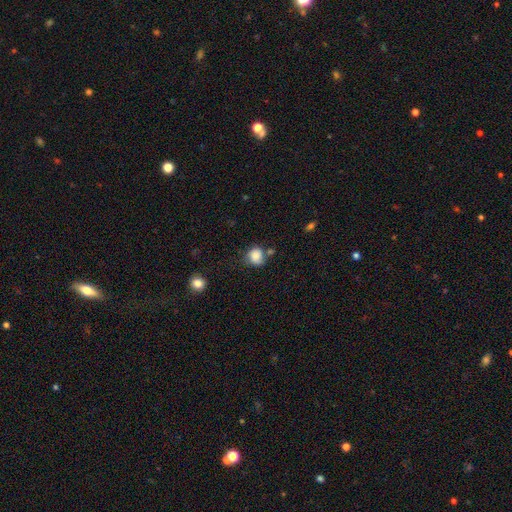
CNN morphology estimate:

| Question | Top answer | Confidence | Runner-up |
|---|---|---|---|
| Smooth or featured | smooth | 82% | star or artifact (9%) |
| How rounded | round | 78% | in between (21%) |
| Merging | none | 56% | minor disturbance (24%) |